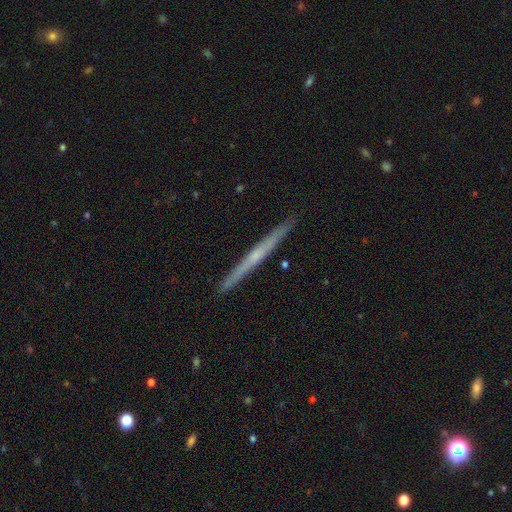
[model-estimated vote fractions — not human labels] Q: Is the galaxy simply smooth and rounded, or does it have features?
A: featured or disk — 67%.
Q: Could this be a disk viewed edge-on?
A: yes — 98%.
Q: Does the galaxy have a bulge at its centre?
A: none — 59%.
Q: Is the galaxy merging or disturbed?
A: none — 92%.